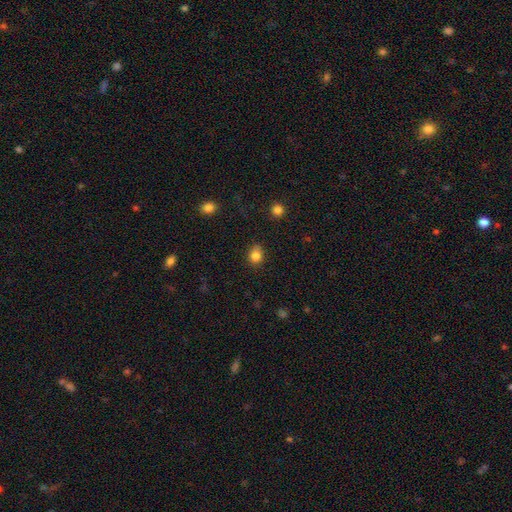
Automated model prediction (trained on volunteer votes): Smooth or featured? smooth (83%)
How rounded? round (66%)
Merging? none (73%)